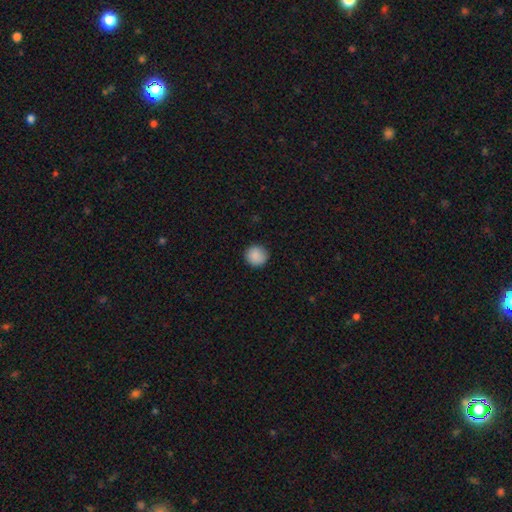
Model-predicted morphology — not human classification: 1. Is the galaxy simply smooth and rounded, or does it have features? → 89% smooth, 8% star or artifact, 3% featured or disk.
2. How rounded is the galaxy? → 94% round, 5% in between, 1% cigar-shaped.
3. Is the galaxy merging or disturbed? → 90% none, 7% minor disturbance, 2% major disturbance, 1% merger.